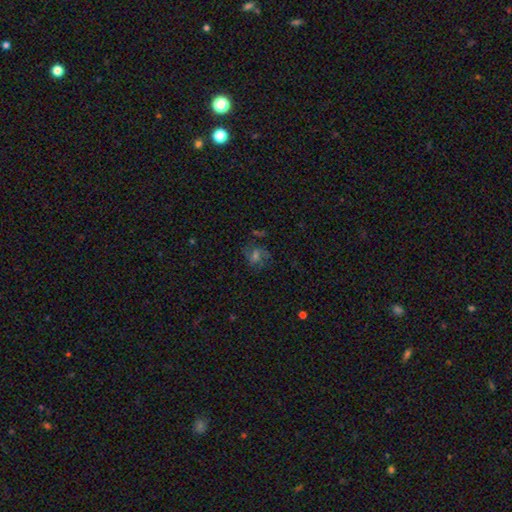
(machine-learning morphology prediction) smooth_or_featured: featured or disk (p=0.51) [alt: smooth p=0.26]
disk_edge_on: no (p=0.96) [alt: yes p=0.04]
merging: none (p=0.70) [alt: minor disturbance p=0.16]